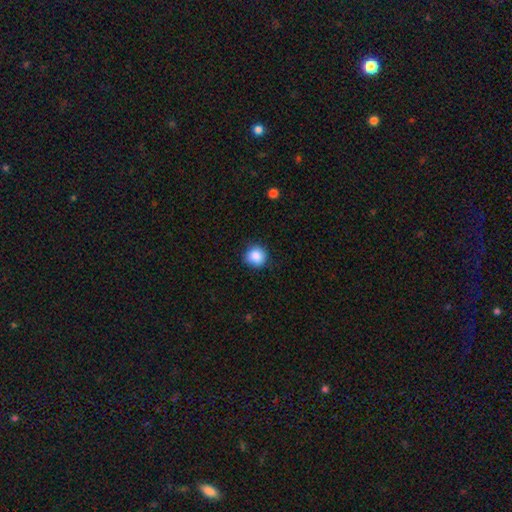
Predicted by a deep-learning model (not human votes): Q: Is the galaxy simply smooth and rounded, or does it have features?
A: smooth — 87%.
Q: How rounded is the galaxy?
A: round — 91%.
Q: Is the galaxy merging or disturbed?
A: none — 84%.